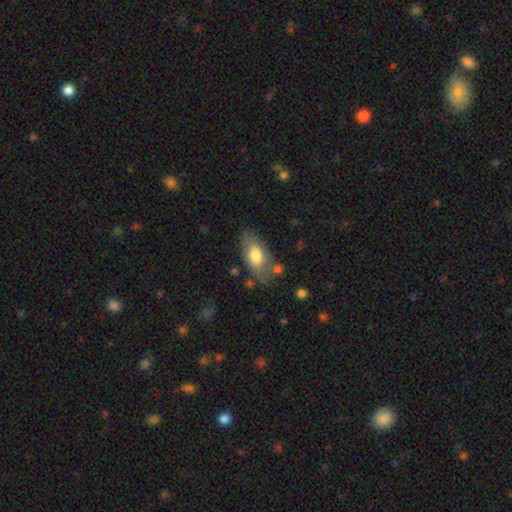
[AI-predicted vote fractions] smooth_or_featured: smooth (p=0.71) [alt: featured or disk p=0.23]
how_rounded: in between (p=0.90) [alt: cigar-shaped p=0.05]
merging: none (p=0.65) [alt: minor disturbance p=0.22]